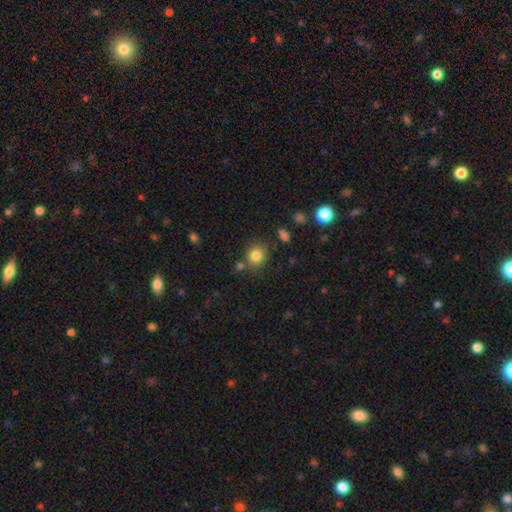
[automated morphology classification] This appears to be a smooth galaxy with no disk features (83%) that is round (77%). Merging: none (75%).